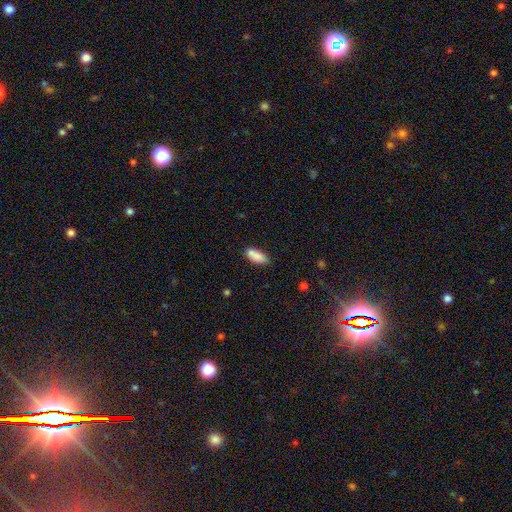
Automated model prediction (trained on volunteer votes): A smooth galaxy with no disk features (85%) that is in between round and cigar-shaped (76%).

Vote fractions:
- Smooth or featured? smooth: 85% / featured or disk: 7% / star or artifact: 7%
- How rounded? in between: 76% / cigar-shaped: 22% / round: 2%
- Merging? none: 68% / minor disturbance: 18% / merger: 11% / major disturbance: 4%